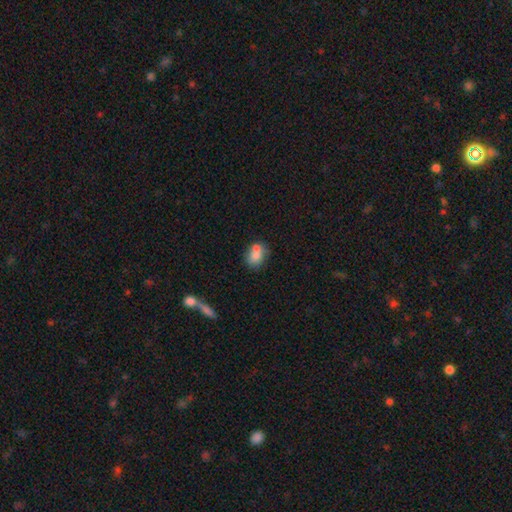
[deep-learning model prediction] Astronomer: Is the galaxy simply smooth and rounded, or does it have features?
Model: smooth — 76%.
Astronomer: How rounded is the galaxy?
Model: in between — 66%.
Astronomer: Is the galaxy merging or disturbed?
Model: none — 41% (runner-up: merger, 40%).